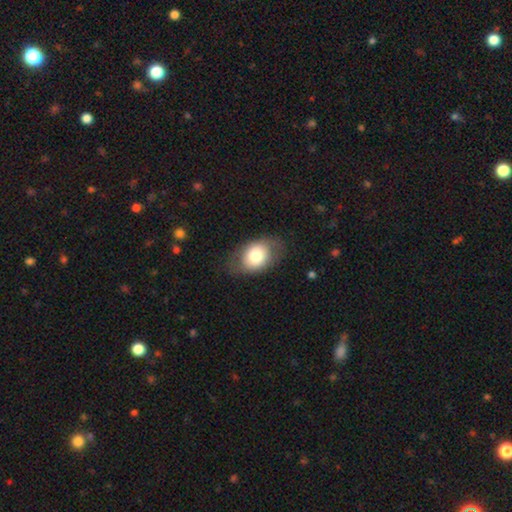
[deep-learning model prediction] Smooth or featured: smooth — 71% (featured or disk — 21%)
How rounded: in between — 76% (round — 22%)
Merging: none — 73% (minor disturbance — 18%)